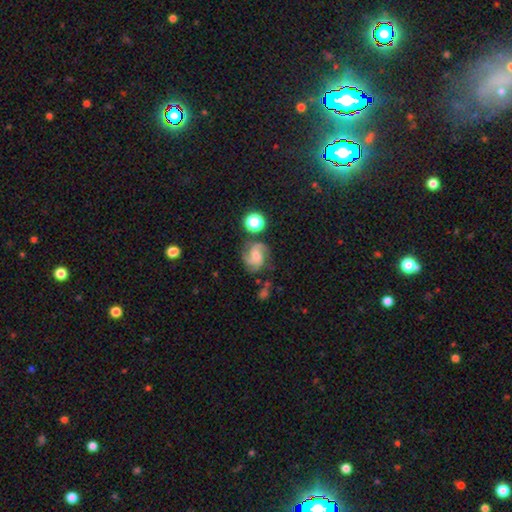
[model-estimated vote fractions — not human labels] Morphology: type=featured or disk (81%); edge-on=no (98%); bar=no (61%); spiral arms=yes (97%); winding=medium (55%); arm count=3 (52%); bulge=small (49%); merging=none (68%).